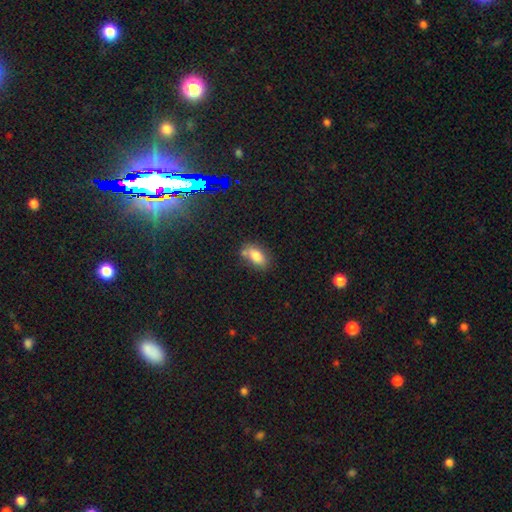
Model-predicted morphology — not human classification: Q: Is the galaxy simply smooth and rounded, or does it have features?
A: smooth — 81%.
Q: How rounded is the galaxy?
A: in between — 88%.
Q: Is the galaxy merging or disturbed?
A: none — 63%.